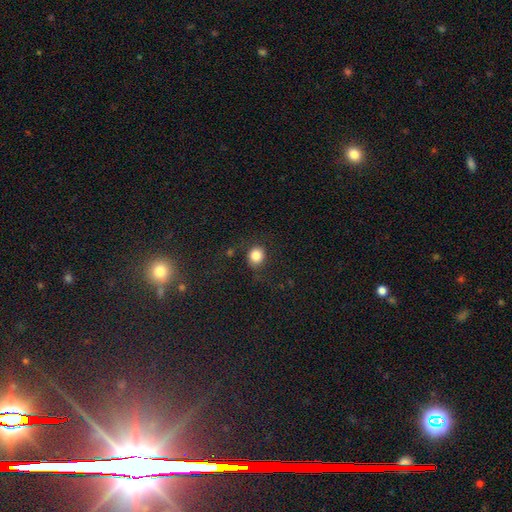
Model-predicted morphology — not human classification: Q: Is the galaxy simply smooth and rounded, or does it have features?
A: smooth — 83%.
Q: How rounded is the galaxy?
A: round — 73%.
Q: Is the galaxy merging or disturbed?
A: none — 77%.